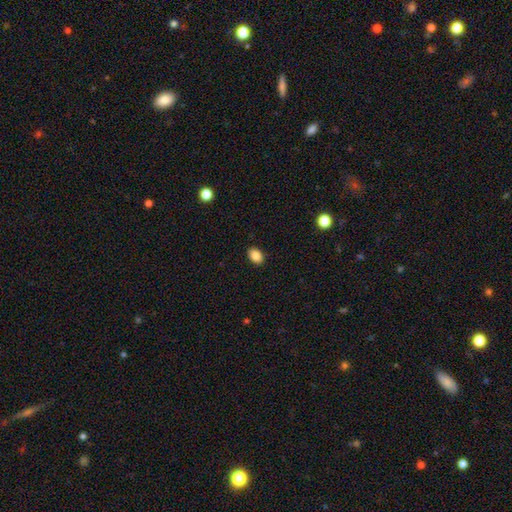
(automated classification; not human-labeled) Morphology: type=smooth (87%); roundness=in between (83%); merging=none (89%).